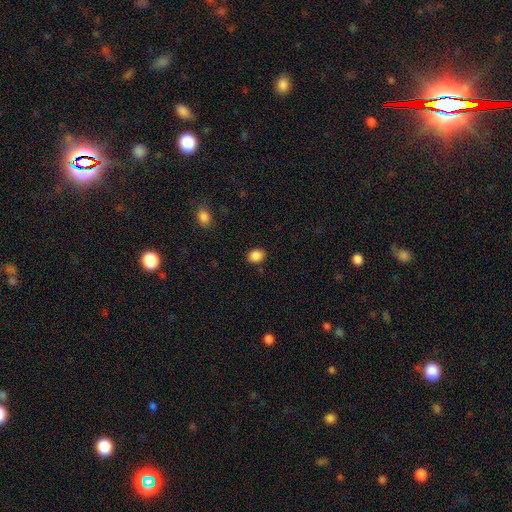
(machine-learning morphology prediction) Smooth or featured? smooth (88%)
How rounded? in between (53%)
Merging? none (86%)